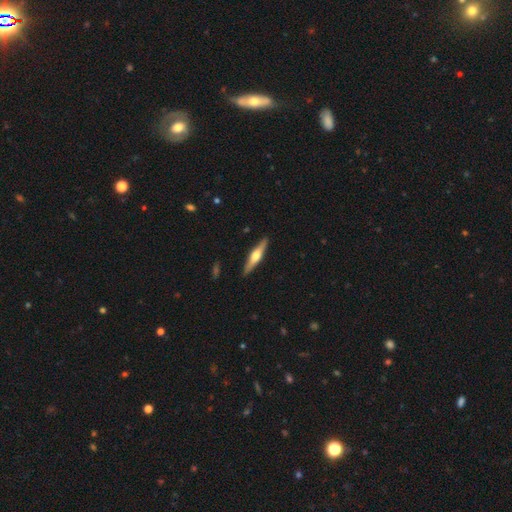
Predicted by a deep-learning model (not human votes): A featured or disk galaxy (64%) viewed edge-on (97%) with a rounded central bulge (92%).

Vote fractions:
- Smooth or featured? featured or disk: 64% / smooth: 31% / star or artifact: 5%
- Edge-on disk? yes: 97% / no: 3%
- Edge-on bulge? rounded: 92% / boxy: 5% / none: 3%
- Merging? none: 90% / minor disturbance: 7% / major disturbance: 1% / merger: 1%